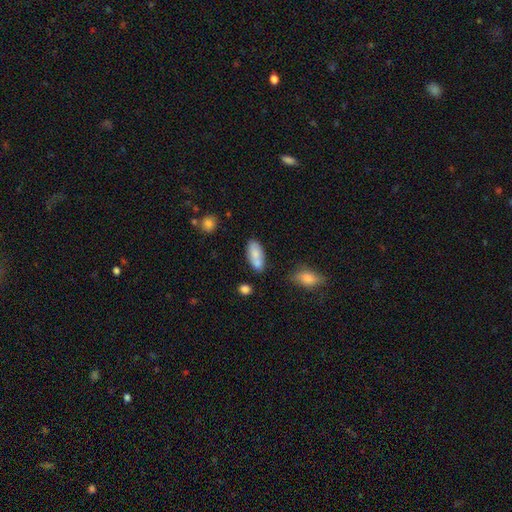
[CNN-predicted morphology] type=smooth (77%); roundness=in between (86%); merging=none (60%).